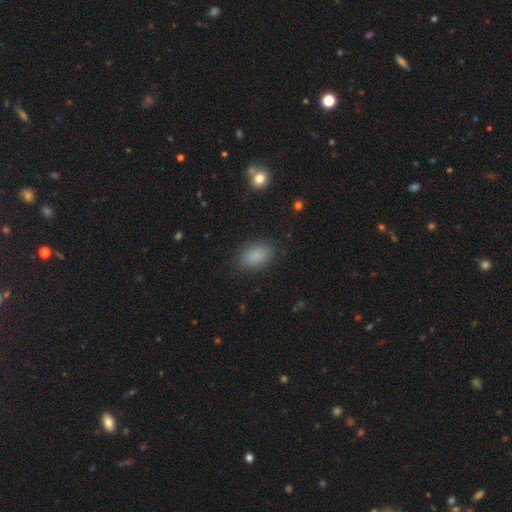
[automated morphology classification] Smooth or featured?
  - smooth: 86% *
  - star or artifact: 9%
  - featured or disk: 4%
How rounded?
  - in between: 89% *
  - round: 9%
  - cigar-shaped: 2%
Merging?
  - none: 85% *
  - minor disturbance: 11%
  - major disturbance: 3%
  - merger: 1%